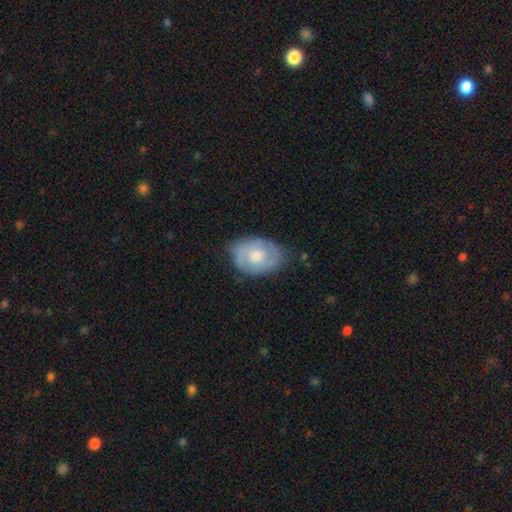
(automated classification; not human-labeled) Q: Smooth or featured?
A: featured or disk (63%); runner-up: smooth (31%)
Q: Edge-on disk?
A: no (96%); runner-up: yes (4%)
Q: Bar?
A: no (72%); runner-up: weak (24%)
Q: Spiral arms?
A: yes (75%); runner-up: no (25%)
Q: Bulge size?
A: moderate (65%); runner-up: small (21%)
Q: Merging?
A: none (74%); runner-up: minor disturbance (20%)